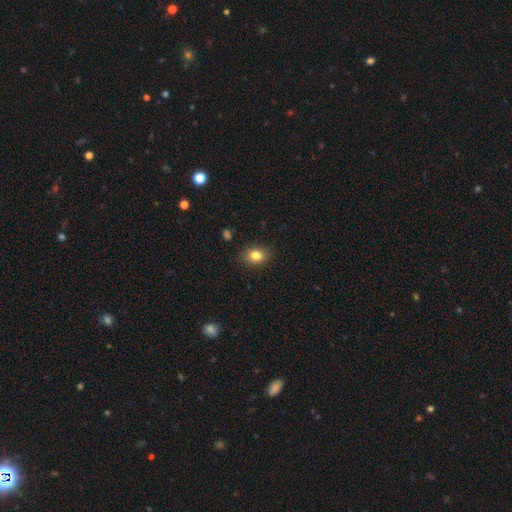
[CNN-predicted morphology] A smooth galaxy with no disk features (81%) that is in between round and cigar-shaped (58%). Merging: none (86%).